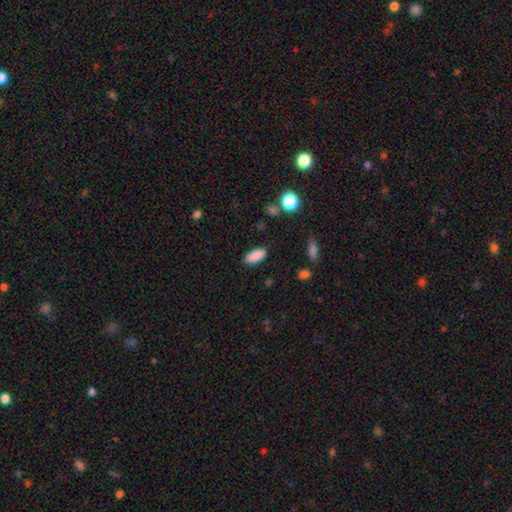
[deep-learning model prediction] Smooth or featured? smooth (88%)
How rounded? in between (85%)
Merging? none (87%)